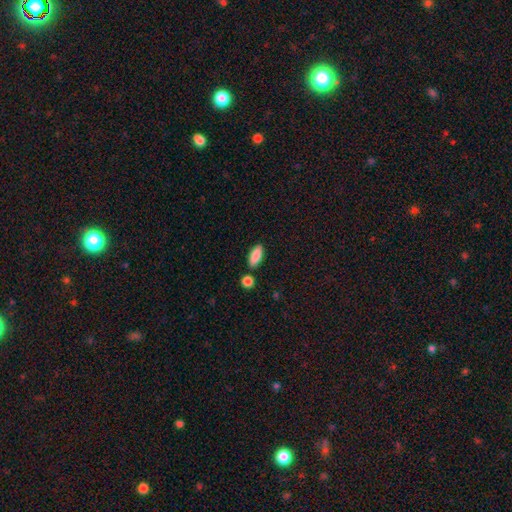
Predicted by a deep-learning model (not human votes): Morphology: type=smooth (86%); roundness=in between (80%); merging=none (81%).